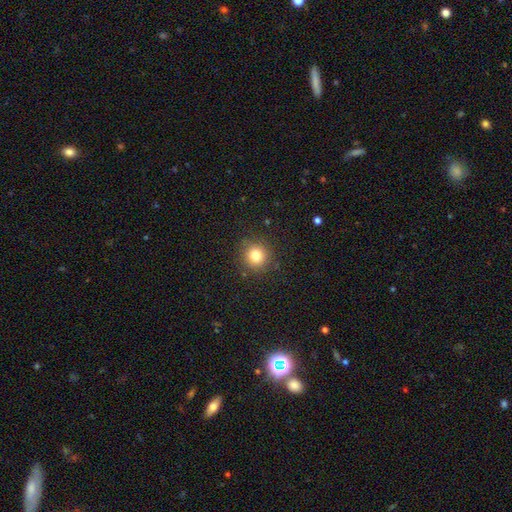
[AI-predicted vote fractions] Morphology: type=smooth (80%); roundness=round (93%); merging=none (88%).